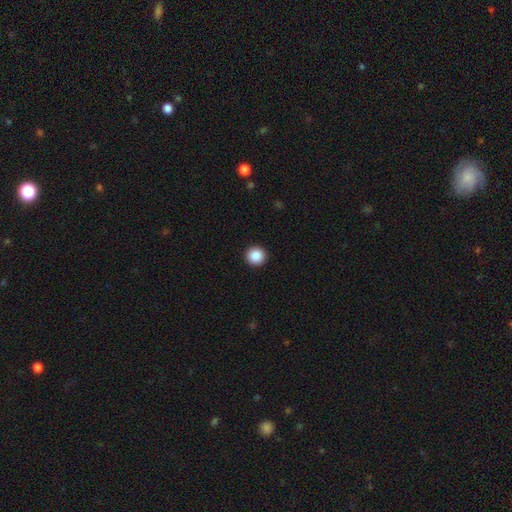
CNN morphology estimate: Smooth or featured? Predicted: smooth (p=0.89). How rounded? Predicted: round (p=0.96). Merging? Predicted: none (p=0.93).